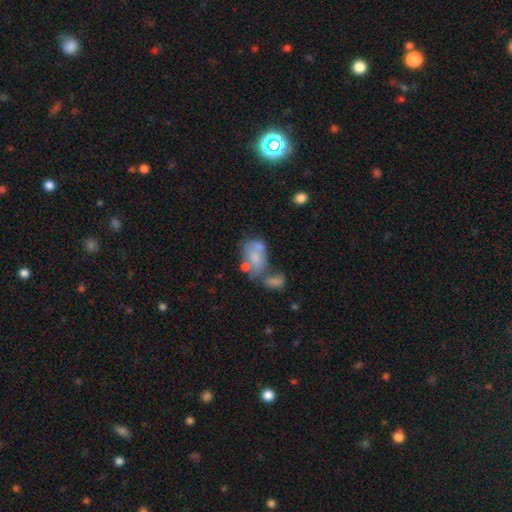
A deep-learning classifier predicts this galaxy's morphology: smooth 58%, featured or disk 32%, star or artifact 10%. Down the decision tree: how rounded — in between (85%); merging — merger (48%).